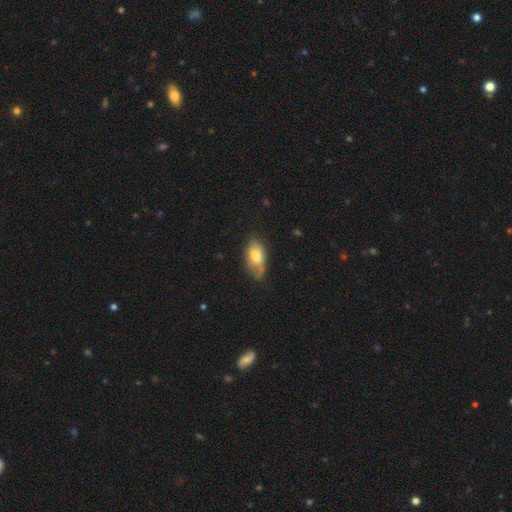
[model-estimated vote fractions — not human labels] Overall: smooth (71%). How rounded: in between (91%). Merging: none (53%; minor disturbance 34%).